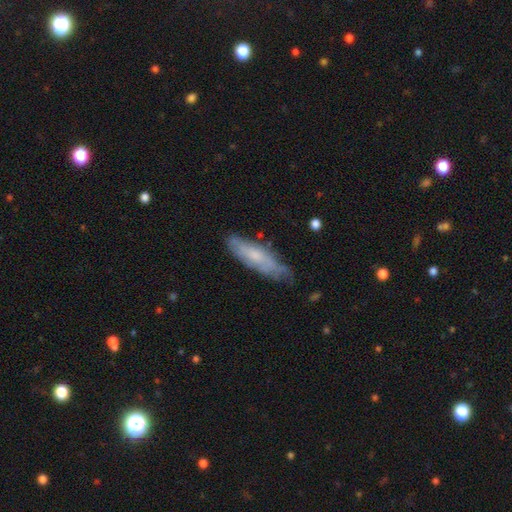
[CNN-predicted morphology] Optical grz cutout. It shows a smooth galaxy with no disk features (51%) that is cigar-shaped (59%). Merging: none (61%).